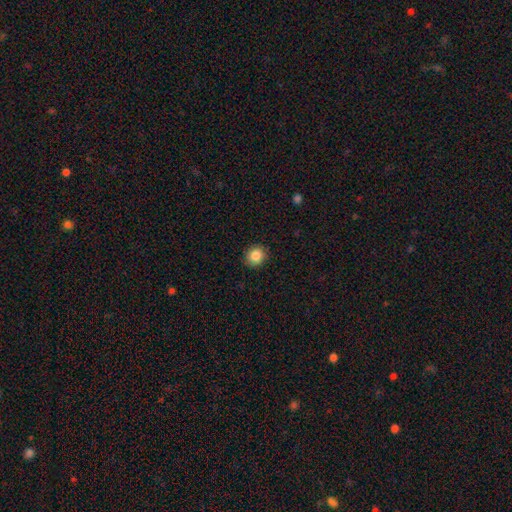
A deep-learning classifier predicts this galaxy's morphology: A smooth galaxy with no disk features (86%) that is round (87%). Merging: none (89%).